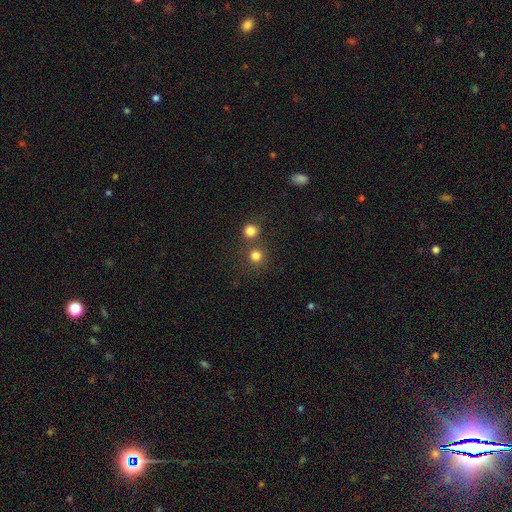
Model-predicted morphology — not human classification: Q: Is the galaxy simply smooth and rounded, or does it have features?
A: smooth — 80%.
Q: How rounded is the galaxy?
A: round — 92%.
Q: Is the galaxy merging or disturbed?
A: none — 70%.